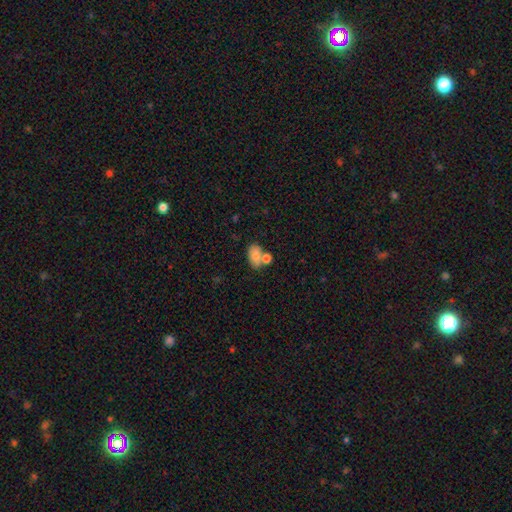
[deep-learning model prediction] A smooth galaxy with no disk features (78%) that is in between round and cigar-shaped (86%). Merging: none (45%).